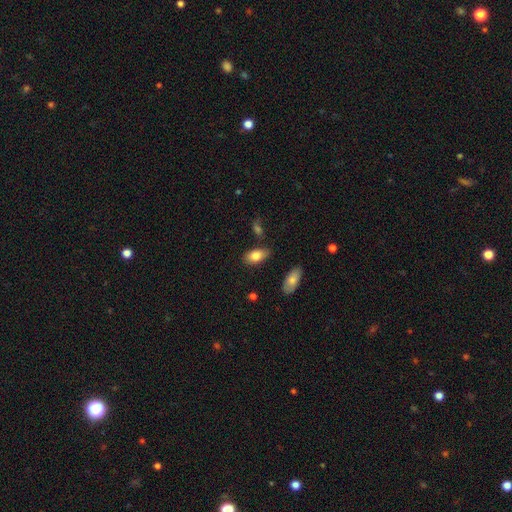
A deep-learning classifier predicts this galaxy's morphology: This appears to be a smooth galaxy with no disk features (81%) that is in between round and cigar-shaped (92%). Merging: none (75%).